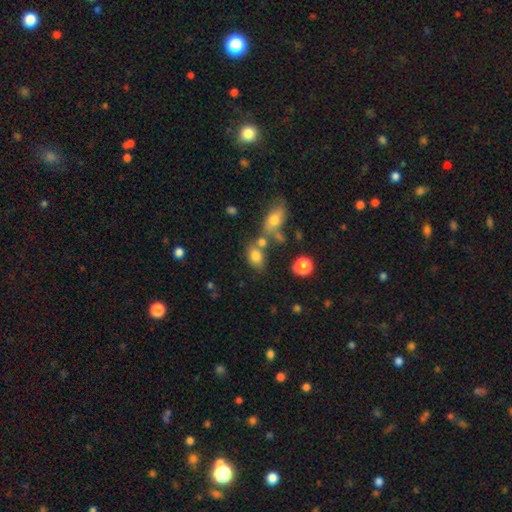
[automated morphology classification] A smooth galaxy with no disk features (78%) that is in between round and cigar-shaped (78%).

Vote fractions:
- Smooth or featured? smooth: 78% / star or artifact: 12% / featured or disk: 10%
- How rounded? in between: 78% / round: 20% / cigar-shaped: 2%
- Merging? none: 48% / merger: 30% / minor disturbance: 14% / major disturbance: 7%